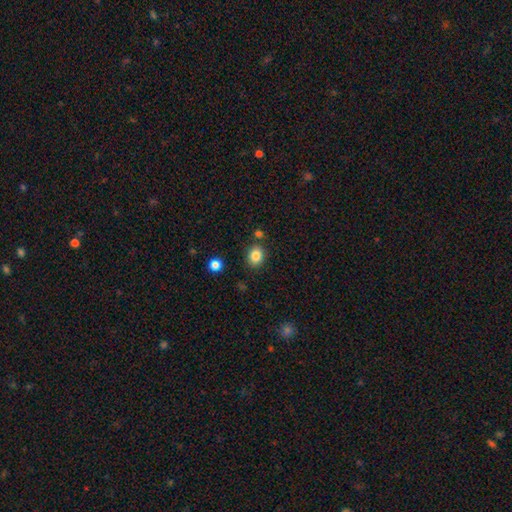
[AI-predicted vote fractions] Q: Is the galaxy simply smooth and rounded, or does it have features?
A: smooth — 85%.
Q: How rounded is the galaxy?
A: round — 51%.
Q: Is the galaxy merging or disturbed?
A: none — 81%.